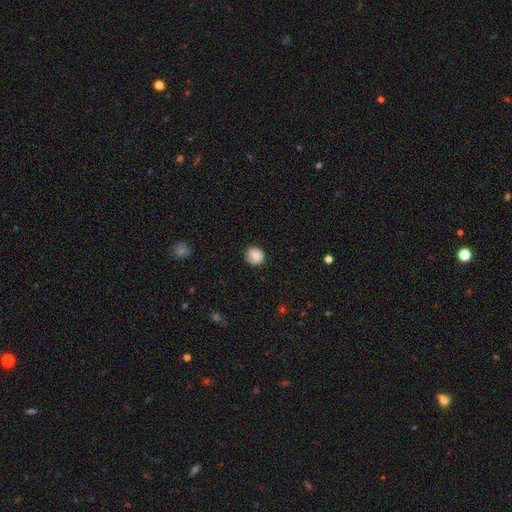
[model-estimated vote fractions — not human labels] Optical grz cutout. It shows a smooth galaxy with no disk features (75%) that is round (83%). Merging: none (74%).